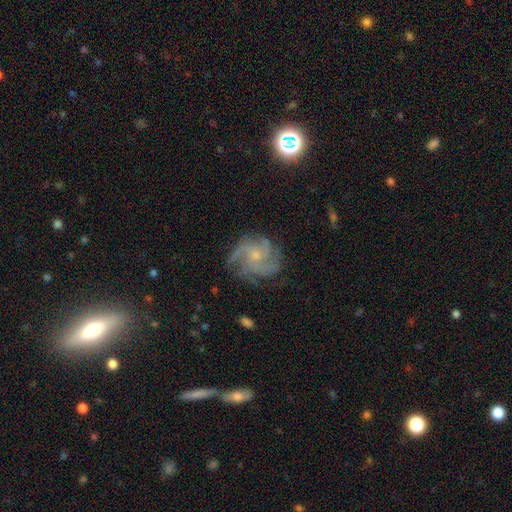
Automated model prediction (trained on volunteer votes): Overall: featured or disk (87%). Edge-on disk: no (98%). Bar: no (74%). Spiral arms: yes (98%). Spiral arm count: 3 (40%; 4 27%). Spiral winding: medium (48%; tight 41%). Bulge size: small (71%). Merging: none (75%).